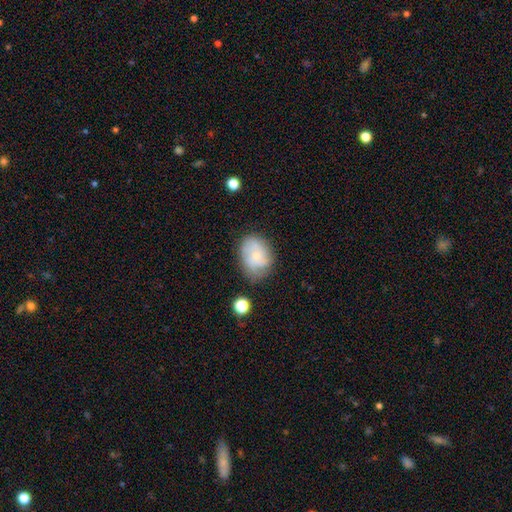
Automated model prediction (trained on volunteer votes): smooth-or-featured: smooth: 51% | featured or disk: 40% | star or artifact: 9%
  how-rounded: in between: 65% | round: 33% | cigar-shaped: 1%
  merging: none: 61% | minor disturbance: 26% | major disturbance: 9% | merger: 4%